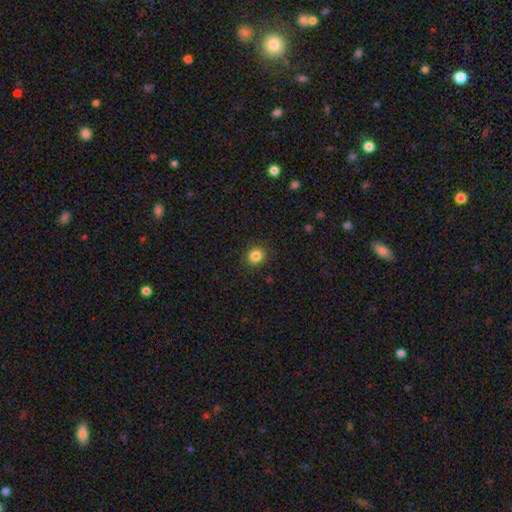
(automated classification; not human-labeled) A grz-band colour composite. It shows a smooth galaxy with no disk features (85%) that is round (87%). Merging: none (90%).